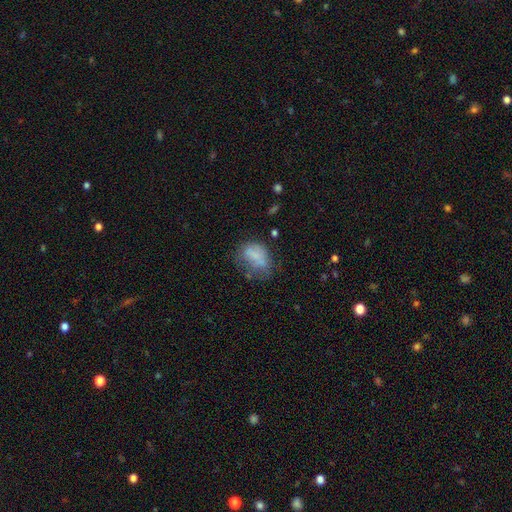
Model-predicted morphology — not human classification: The model was most divided on "merging": none: 36%, minor disturbance: 29%, major disturbance: 27%, merger: 7%. More confident: how rounded — in between (69%); smooth or featured — smooth (66%).